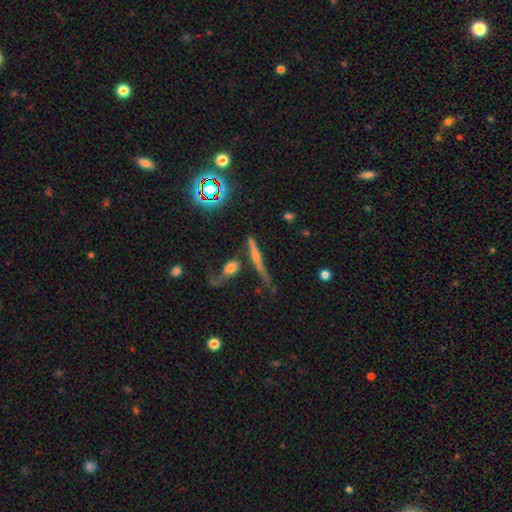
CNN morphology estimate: This is possibly a featured or disk galaxy (51%). It is clearly viewed edge-on (84%). Merging: possibly none (52%).